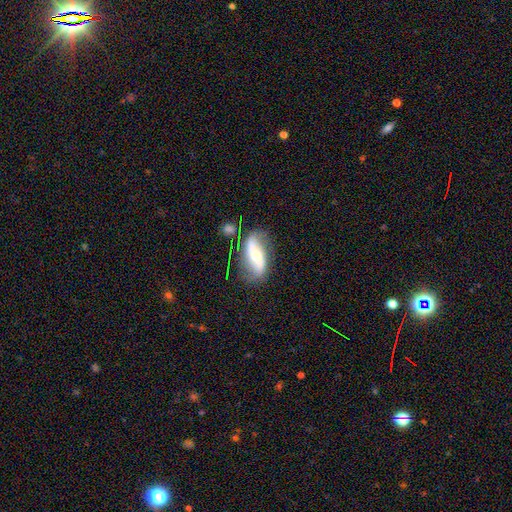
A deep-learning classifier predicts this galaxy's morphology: A featured or disk galaxy (74%) with no bar (39%), 2 (90%) loose (75%) spiral arms (87%) and a moderate central bulge (52%). Merging: none (72%).